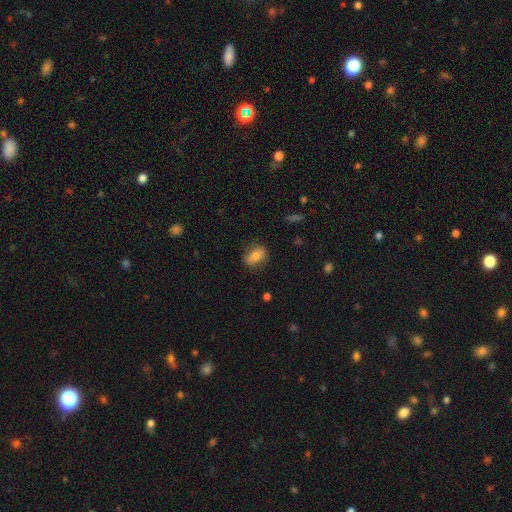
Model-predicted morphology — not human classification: smooth_or_featured: smooth (p=0.75) [alt: featured or disk p=0.16]
how_rounded: in between (p=0.80) [alt: round p=0.16]
merging: none (p=0.79) [alt: minor disturbance p=0.16]